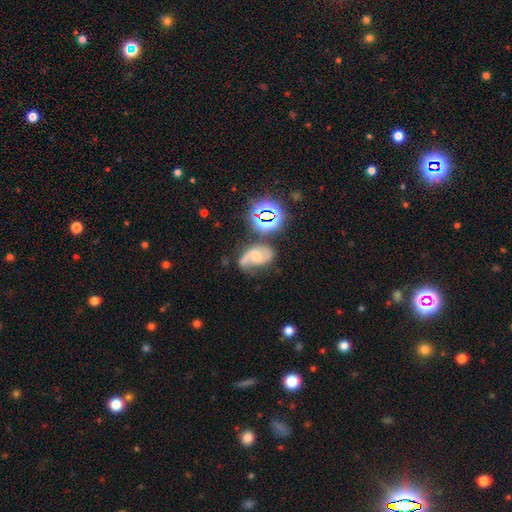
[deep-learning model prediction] smooth-or-featured: featured or disk: 72% | smooth: 14% | star or artifact: 14%
  disk-edge-on: no: 97% | yes: 3%
    bar: no: 57% | weak: 33% | strong: 9%
    has-spiral-arms: yes: 93% | no: 7%
      spiral-winding: medium: 48% | loose: 34% | tight: 19%
      spiral-arm-count: 2: 83% | 1: 8% | can't tell: 6% | 3: 2% | 4: 1% | more than 4: 1%
    bulge-size: small: 46% | moderate: 44% | none: 5% | large: 3% | dominant: 1%
  merging: none: 53% | minor disturbance: 25% | major disturbance: 13% | merger: 9%